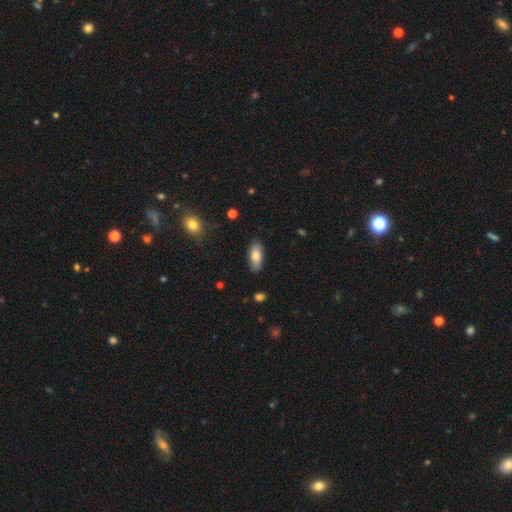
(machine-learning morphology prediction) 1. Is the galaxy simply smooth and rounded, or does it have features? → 79% smooth, 15% featured or disk, 6% star or artifact.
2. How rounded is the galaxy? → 88% in between, 10% cigar-shaped, 2% round.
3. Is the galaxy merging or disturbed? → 84% none, 13% minor disturbance, 2% major disturbance, 1% merger.